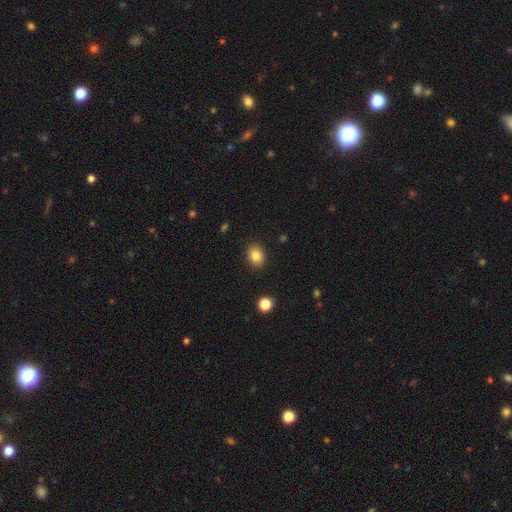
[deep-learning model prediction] A smooth galaxy with no disk features (84%) that is in between round and cigar-shaped (59%).

Vote fractions:
- Smooth or featured? smooth: 84% / star or artifact: 10% / featured or disk: 6%
- How rounded? in between: 59% / round: 40% / cigar-shaped: 1%
- Merging? none: 89% / minor disturbance: 8% / major disturbance: 2% / merger: 1%